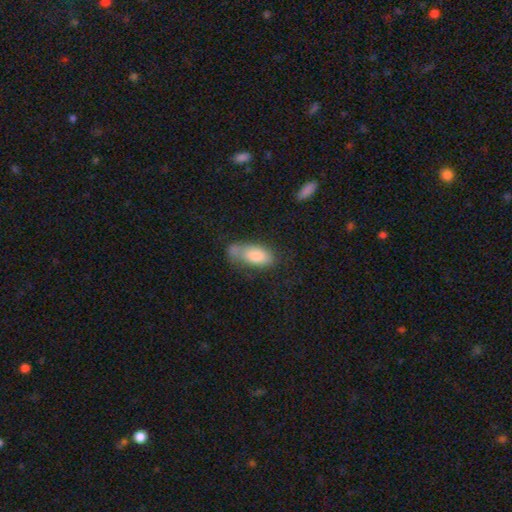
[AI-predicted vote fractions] smooth-or-featured: smooth: 79% | featured or disk: 15% | star or artifact: 7%
  how-rounded: in between: 86% | cigar-shaped: 11% | round: 3%
  merging: none: 40% | minor disturbance: 27% | merger: 19% | major disturbance: 14%